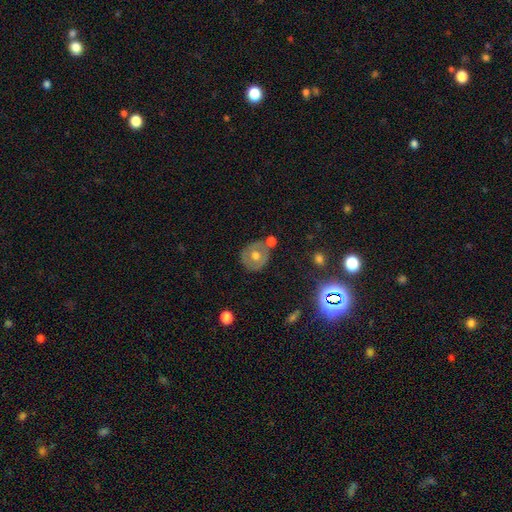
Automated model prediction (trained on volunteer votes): Overall: smooth (49%; featured or disk 41%). Merging: none (67%).